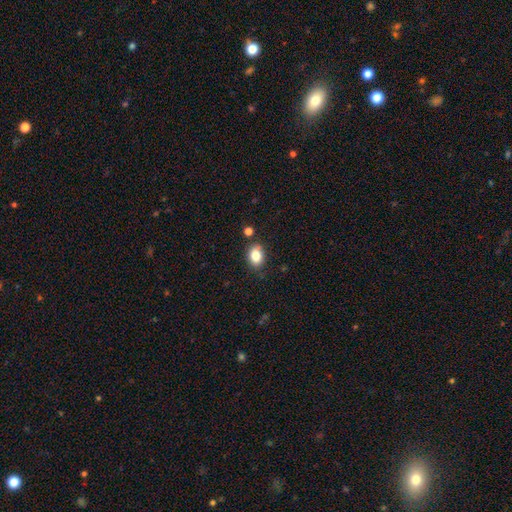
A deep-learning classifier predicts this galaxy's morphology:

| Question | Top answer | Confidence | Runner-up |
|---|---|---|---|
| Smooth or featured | smooth | 84% | star or artifact (9%) |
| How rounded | in between | 73% | round (26%) |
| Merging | none | 79% | minor disturbance (13%) |